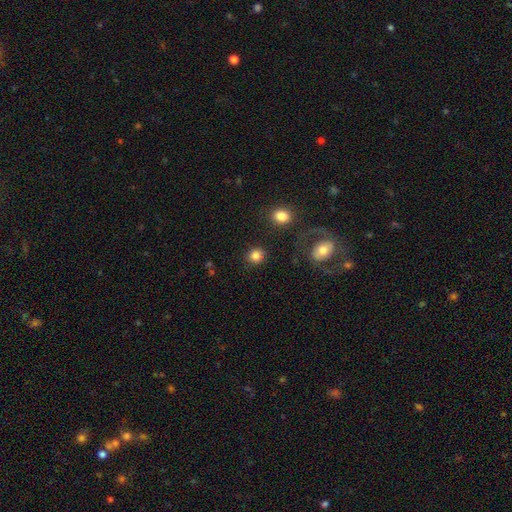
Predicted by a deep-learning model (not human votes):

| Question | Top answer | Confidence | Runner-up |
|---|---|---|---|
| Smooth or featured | smooth | 84% | star or artifact (10%) |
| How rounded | round | 84% | in between (15%) |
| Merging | none | 86% | minor disturbance (7%) |